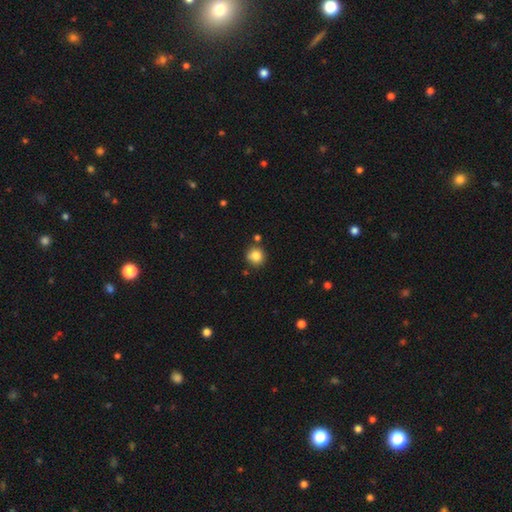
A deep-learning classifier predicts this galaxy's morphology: This appears to be a smooth galaxy with no disk features (84%) that is round (90%). Merging: none (82%).